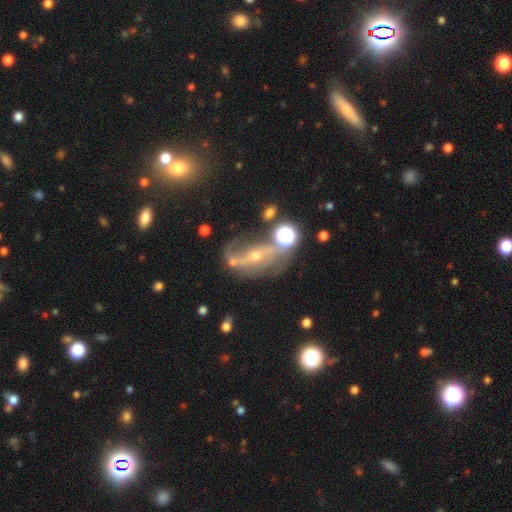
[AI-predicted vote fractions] Q: Smooth or featured?
A: featured or disk (78%); runner-up: star or artifact (12%)
Q: Edge-on disk?
A: no (94%); runner-up: yes (6%)
Q: Bar?
A: no (35%); runner-up: weak (33%)
Q: Spiral arms?
A: yes (87%); runner-up: no (13%)
Q: Spiral winding?
A: loose (47%); runner-up: medium (37%)
Q: Spiral arm count?
A: 2 (74%); runner-up: can't tell (11%)
Q: Bulge size?
A: small (55%); runner-up: moderate (40%)
Q: Merging?
A: none (48%); runner-up: major disturbance (19%)